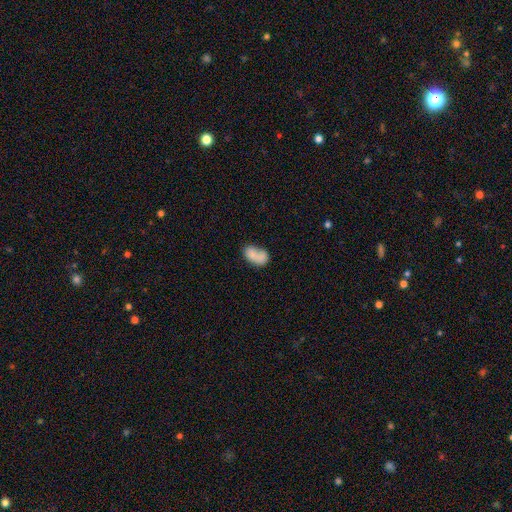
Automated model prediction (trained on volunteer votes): smooth-or-featured: smooth: 75% | featured or disk: 17% | star or artifact: 8%
  how-rounded: in between: 84% | round: 14% | cigar-shaped: 2%
  merging: merger: 47% | none: 29% | minor disturbance: 15% | major disturbance: 9%